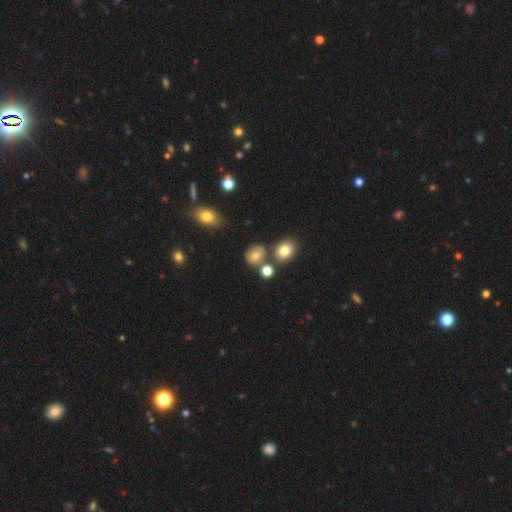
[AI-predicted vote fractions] Morphology: type=smooth (73%); roundness=round (60%); merging=none (66%).